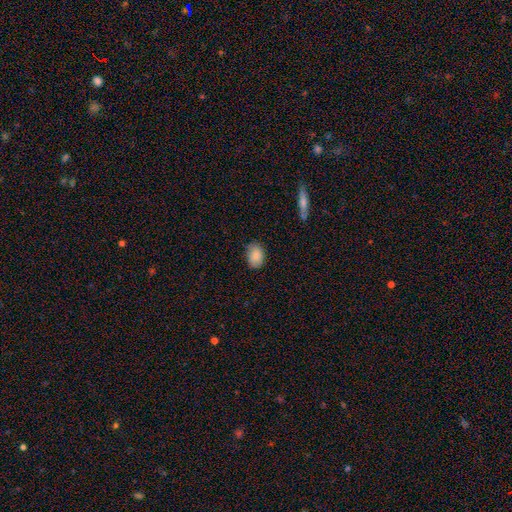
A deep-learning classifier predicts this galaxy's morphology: Overall: smooth (88%). How rounded: in between (83%). Merging: none (77%).